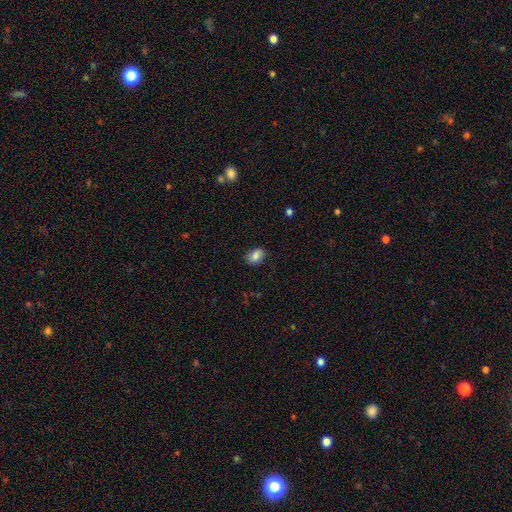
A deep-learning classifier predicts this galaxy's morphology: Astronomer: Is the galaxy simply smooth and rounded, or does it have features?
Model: smooth — 82%.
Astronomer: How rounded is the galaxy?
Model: in between — 74%.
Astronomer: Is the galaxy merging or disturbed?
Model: none — 81%.